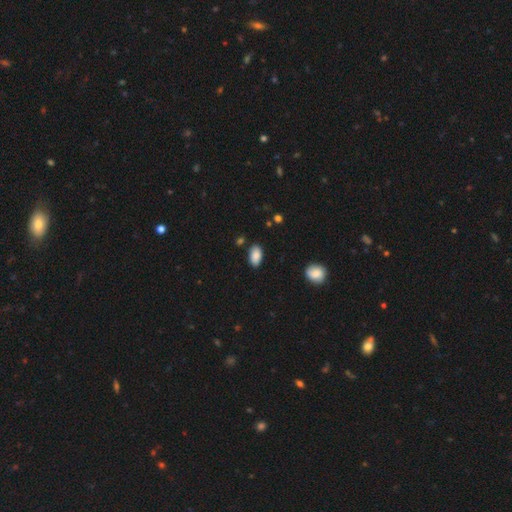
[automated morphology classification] Smooth or featured? smooth (88%)
How rounded? in between (94%)
Merging? none (85%)